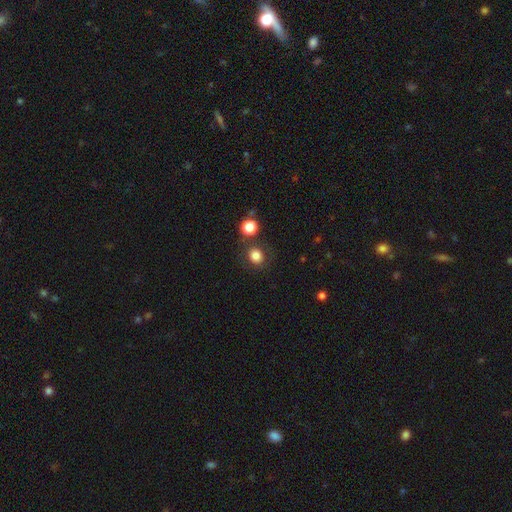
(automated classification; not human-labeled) smooth-or-featured: smooth: 81% | star or artifact: 13% | featured or disk: 6%
  how-rounded: round: 77% | in between: 22% | cigar-shaped: 1%
  merging: none: 77% | minor disturbance: 10% | merger: 10% | major disturbance: 4%